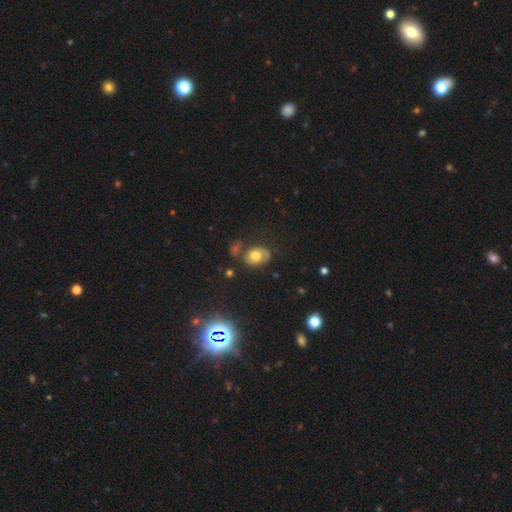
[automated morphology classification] Smooth or featured?
  - smooth: 52% *
  - featured or disk: 35%
  - star or artifact: 13%
How rounded?
  - in between: 70% *
  - round: 29%
  - cigar-shaped: 1%
Merging?
  - none: 57% *
  - minor disturbance: 22%
  - major disturbance: 11%
  - merger: 11%